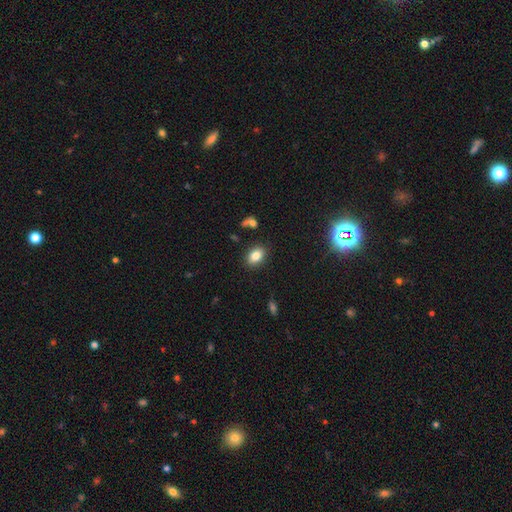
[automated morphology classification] This is clearly a smooth galaxy (82%). How rounded: clearly in between (82%). Merging: clearly none (86%).